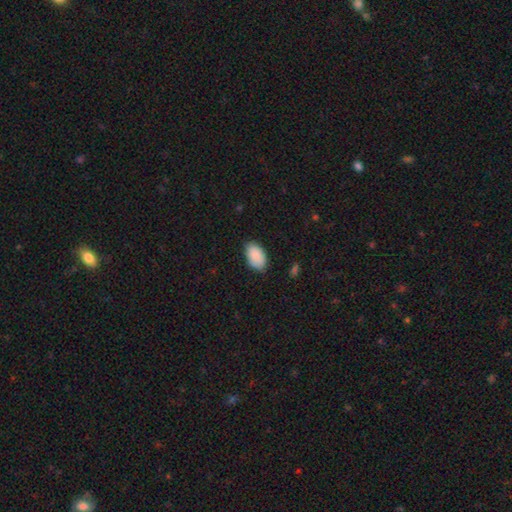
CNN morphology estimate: Smooth or featured: smooth — 90% (star or artifact — 6%)
How rounded: in between — 94% (round — 5%)
Merging: none — 80% (minor disturbance — 16%)